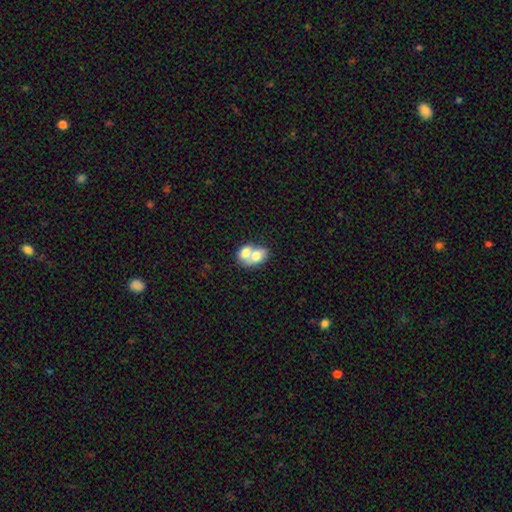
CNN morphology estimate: A smooth galaxy with no disk features (66%) that is in between round and cigar-shaped (69%). Merging: merger (76%).